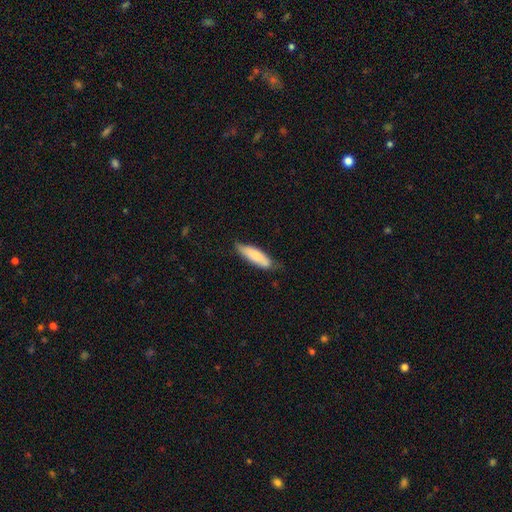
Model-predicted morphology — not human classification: smooth_or_featured: smooth (p=0.77) [alt: featured or disk p=0.17]
how_rounded: cigar-shaped (p=0.54) [alt: in between p=0.44]
merging: none (p=0.62) [alt: minor disturbance p=0.31]